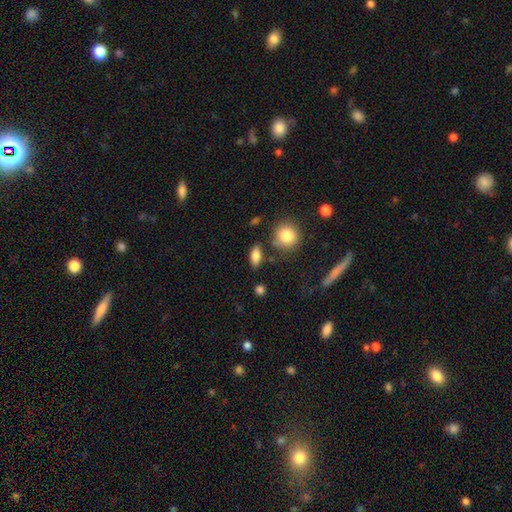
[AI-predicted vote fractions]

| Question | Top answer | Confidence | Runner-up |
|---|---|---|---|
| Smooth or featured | smooth | 81% | featured or disk (11%) |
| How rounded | in between | 80% | cigar-shaped (11%) |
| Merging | none | 79% | minor disturbance (12%) |